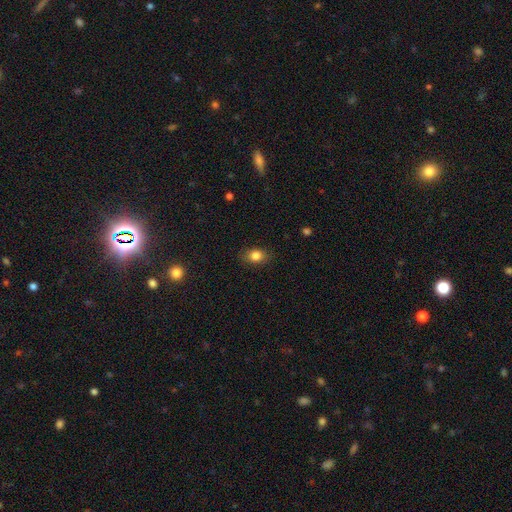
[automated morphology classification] This appears to be a smooth galaxy with no disk features (83%) that is in between round and cigar-shaped (65%). Merging: none (84%).